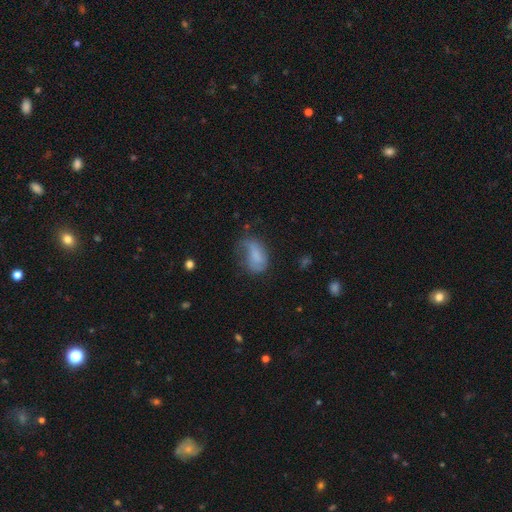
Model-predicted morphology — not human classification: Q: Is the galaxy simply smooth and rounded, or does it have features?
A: smooth — 64%.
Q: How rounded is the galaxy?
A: in between — 87%.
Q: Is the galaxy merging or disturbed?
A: minor disturbance — 33%, tied with none.